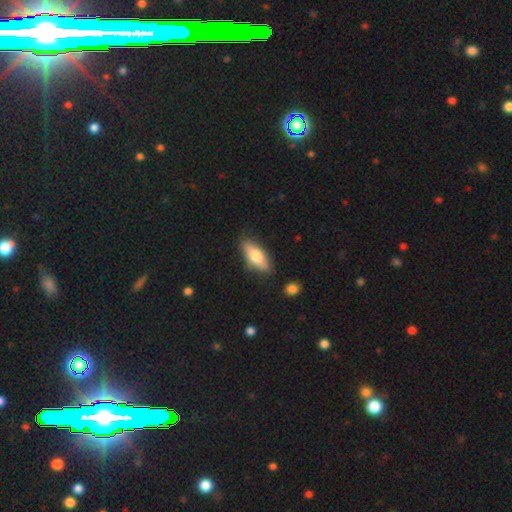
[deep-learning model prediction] Smooth or featured: smooth — 70% (featured or disk — 25%)
How rounded: in between — 73% (cigar-shaped — 25%)
Merging: none — 79% (minor disturbance — 15%)